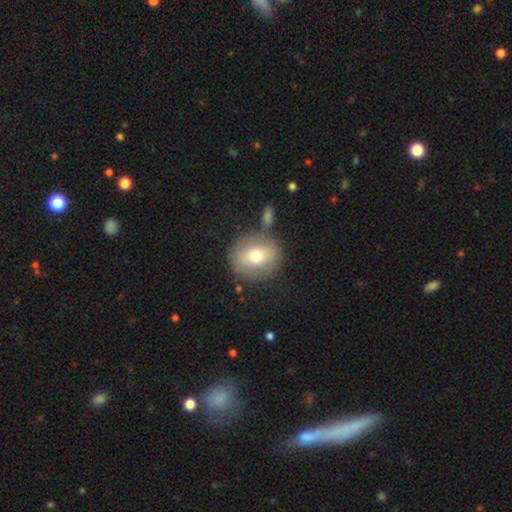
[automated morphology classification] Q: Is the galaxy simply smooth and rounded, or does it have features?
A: smooth — 67%.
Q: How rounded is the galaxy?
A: round — 84%.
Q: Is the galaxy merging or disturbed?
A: none — 76%.